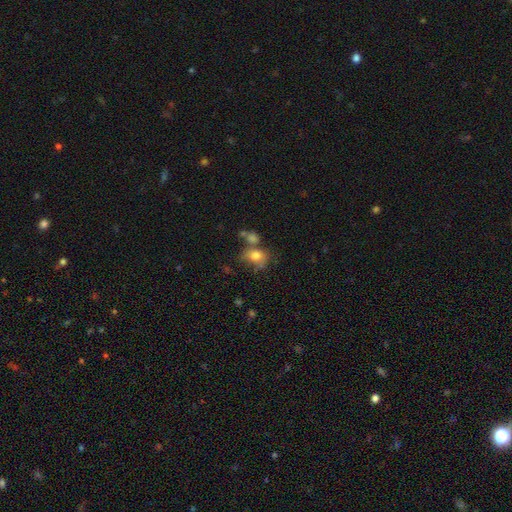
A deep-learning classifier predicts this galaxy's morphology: Smooth or featured: smooth — 75% (featured or disk — 14%)
How rounded: in between — 57% (round — 42%)
Merging: none — 38% (merger — 28%)